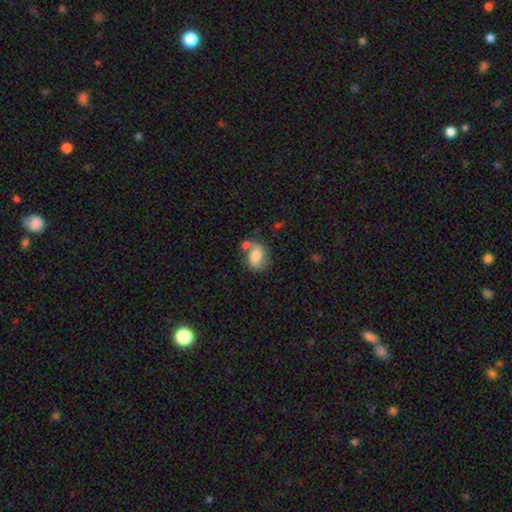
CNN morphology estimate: Overall: smooth (58%; featured or disk 33%). How rounded: in between (67%; round 31%). Merging: none (46%; merger 24%).